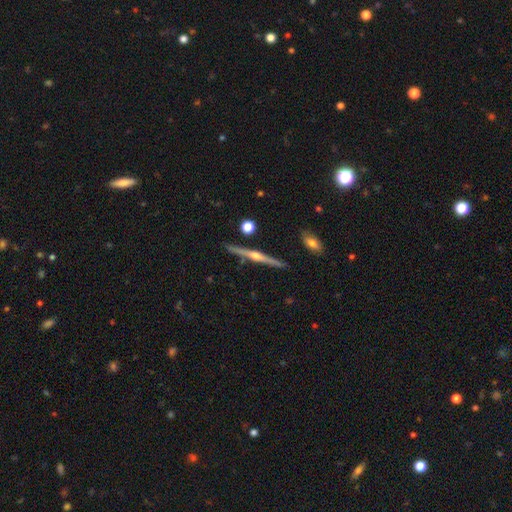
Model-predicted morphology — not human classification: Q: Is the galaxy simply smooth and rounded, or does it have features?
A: featured or disk — 80%.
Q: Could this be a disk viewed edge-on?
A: yes — 98%.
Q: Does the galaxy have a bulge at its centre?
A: rounded — 90%.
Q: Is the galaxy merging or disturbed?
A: none — 90%.